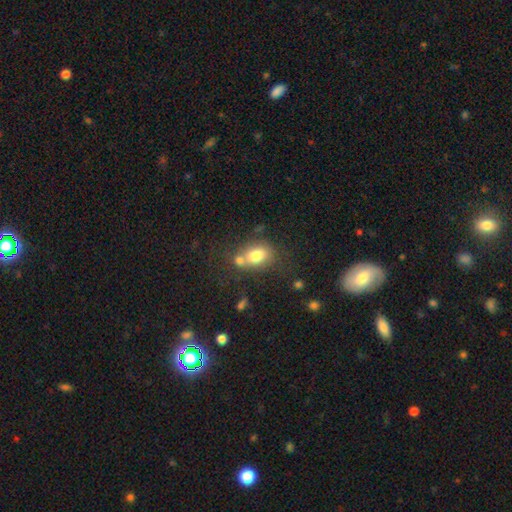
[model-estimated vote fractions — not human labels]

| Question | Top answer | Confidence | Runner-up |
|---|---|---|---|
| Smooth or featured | smooth | 75% | featured or disk (15%) |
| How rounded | in between | 63% | round (35%) |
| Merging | none | 46% | merger (34%) |